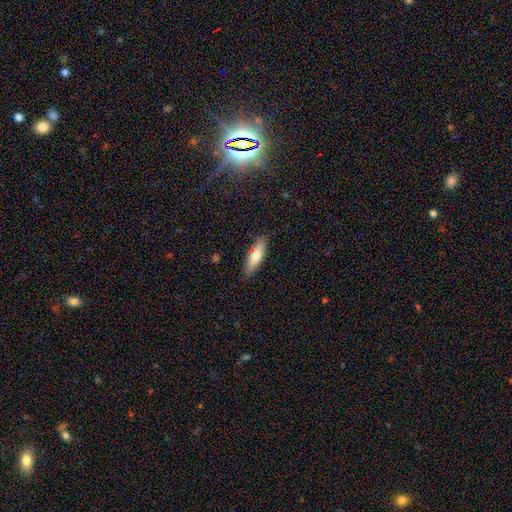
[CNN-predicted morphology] type=smooth (72%); roundness=cigar-shaped (56%); merging=none (84%).